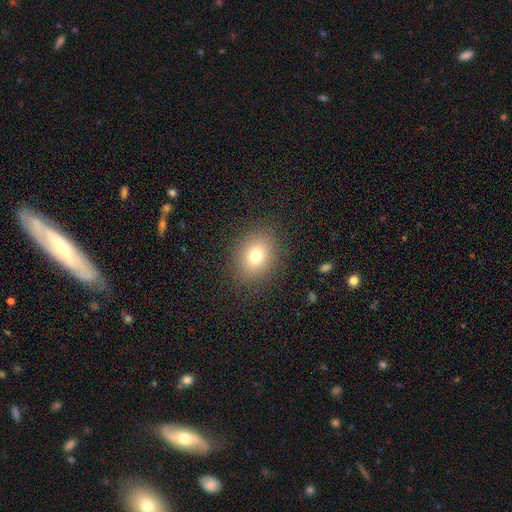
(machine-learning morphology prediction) type=smooth (75%); roundness=round (53%); merging=none (87%).